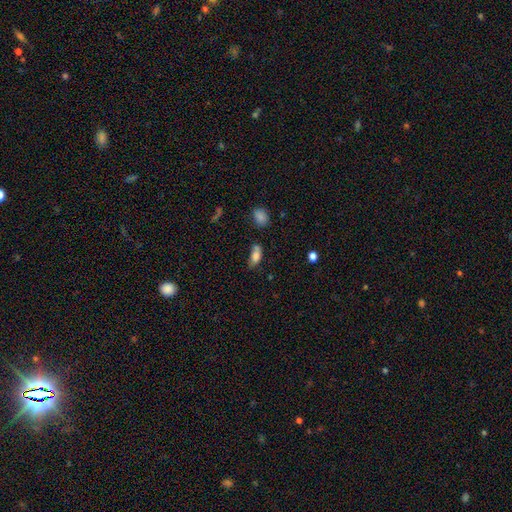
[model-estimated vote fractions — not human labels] This is likely a smooth galaxy (79%). How rounded: clearly in between (85%). Merging: marginally none (44%).